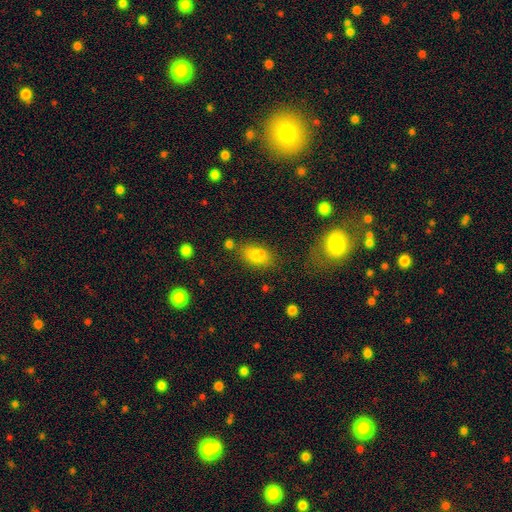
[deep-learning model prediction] smooth 79%, star or artifact 12%, featured or disk 9%. Down the decision tree: how rounded — in between (85%); merging — none (65%).